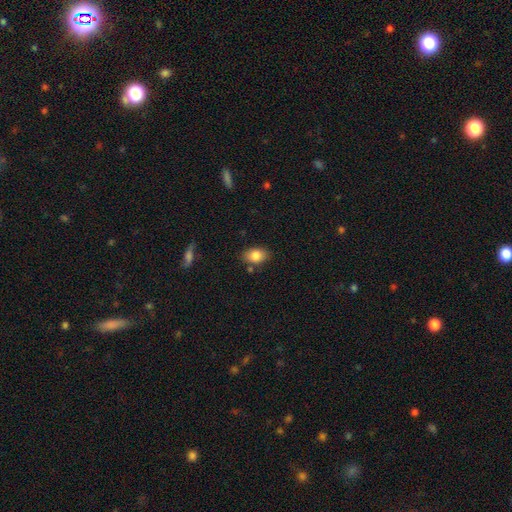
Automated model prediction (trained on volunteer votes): Smooth or featured: smooth — 84% (featured or disk — 9%)
How rounded: in between — 83% (round — 15%)
Merging: none — 78% (minor disturbance — 14%)